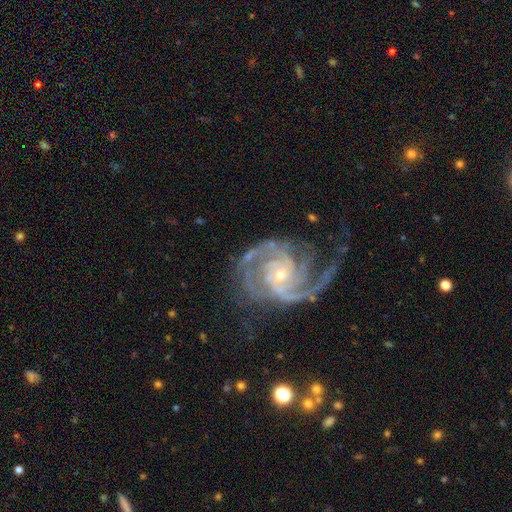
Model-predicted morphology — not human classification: featured or disk 93%, star or artifact 5%, smooth 2%. Down the decision tree: edge-on disk — no (98%); bar — no (65%); spiral arms — yes (99%); spiral arm count — 2 (41%); spiral winding — tight (47%); bulge size — small (70%); merging — none (60%).